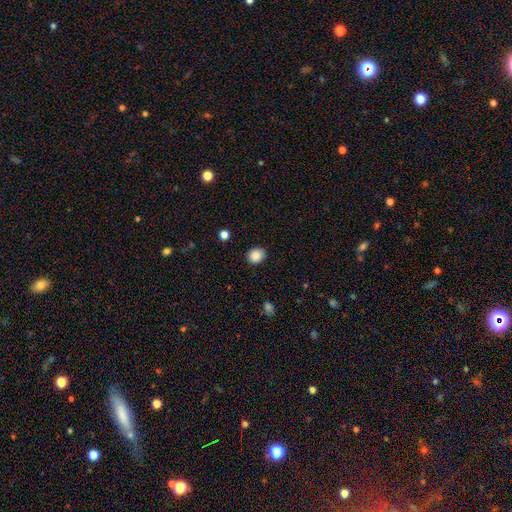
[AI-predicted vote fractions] This appears to be a smooth galaxy with no disk features (87%) that is round (73%). Merging: none (88%).